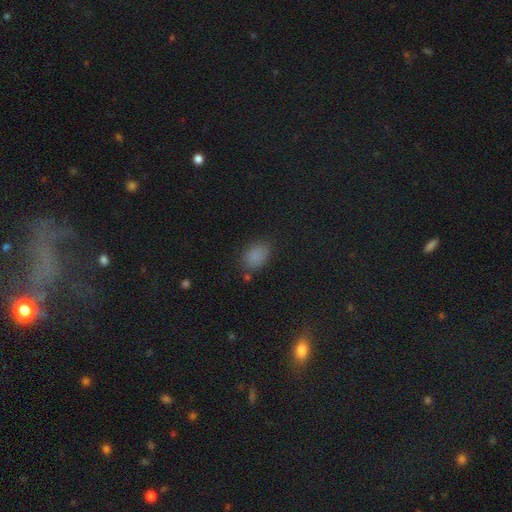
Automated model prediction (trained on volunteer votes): The model was most divided on "merging": none: 74%, minor disturbance: 17%, major disturbance: 5%, merger: 4%. More confident: how rounded — in between (84%); smooth or featured — smooth (81%).